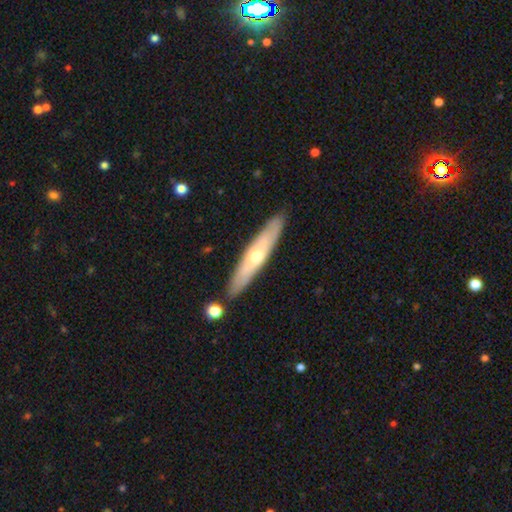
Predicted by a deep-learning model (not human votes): The model was most divided on "smooth or featured": featured or disk: 51%, smooth: 44%, star or artifact: 5%. More confident: merging — none (88%); edge-on disk — yes (80%).